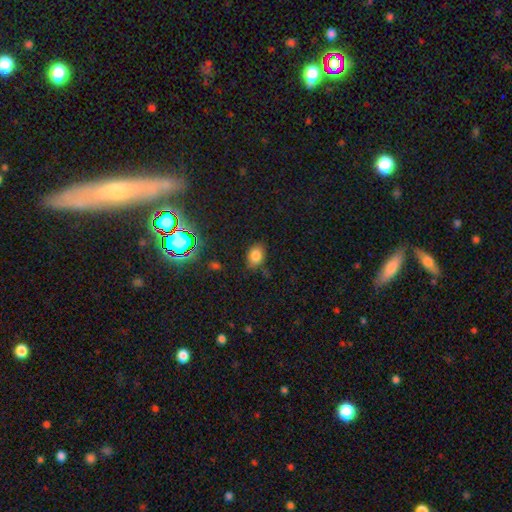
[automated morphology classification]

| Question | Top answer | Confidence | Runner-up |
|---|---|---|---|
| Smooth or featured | smooth | 79% | star or artifact (15%) |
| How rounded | in between | 68% | round (31%) |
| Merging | none | 76% | minor disturbance (17%) |